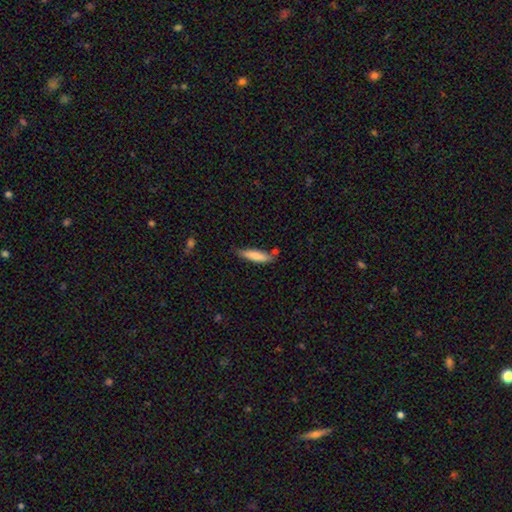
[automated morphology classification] The model was most divided on "how rounded": cigar-shaped: 73%, in between: 25%, round: 1%. More confident: smooth or featured — smooth (80%); merging — none (71%).